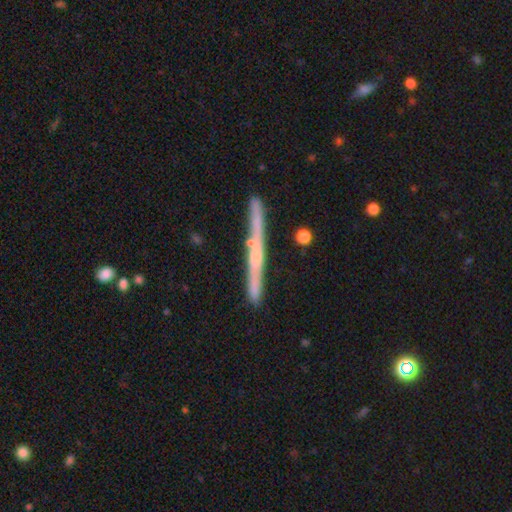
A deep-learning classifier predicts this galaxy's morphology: A featured or disk galaxy (68%) viewed edge-on (96%) with no central bulge (57%).

Vote fractions:
- Smooth or featured? featured or disk: 68% / smooth: 26% / star or artifact: 6%
- Edge-on disk? yes: 96% / no: 4%
- Edge-on bulge? none: 57% / rounded: 35% / boxy: 8%
- Merging? none: 84% / minor disturbance: 11% / merger: 3% / major disturbance: 2%